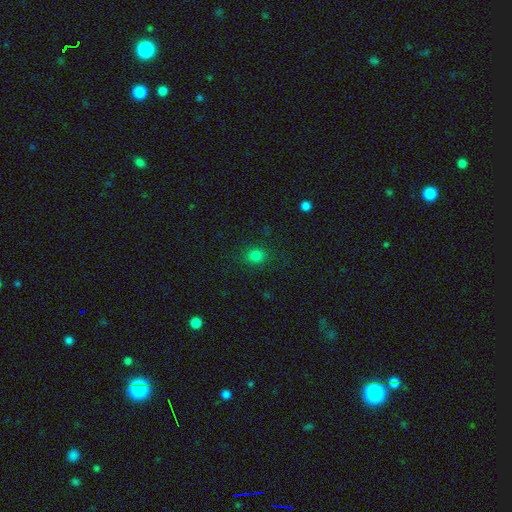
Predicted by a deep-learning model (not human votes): This is clearly a smooth galaxy (81%). How rounded: likely round (77%). Merging: clearly none (87%).